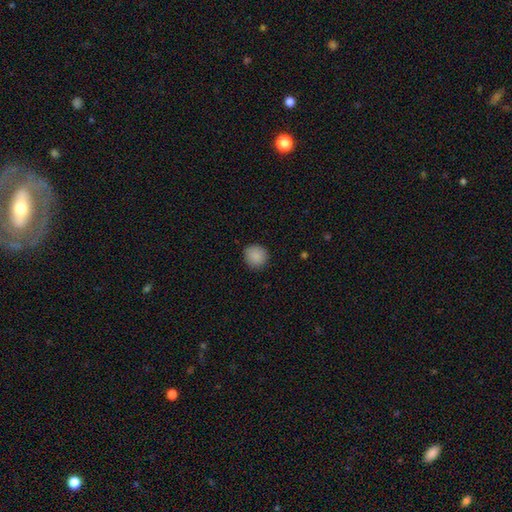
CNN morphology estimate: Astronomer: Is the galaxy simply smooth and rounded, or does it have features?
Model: smooth — 88%.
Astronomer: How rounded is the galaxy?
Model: round — 92%.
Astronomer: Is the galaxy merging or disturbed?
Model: none — 89%.